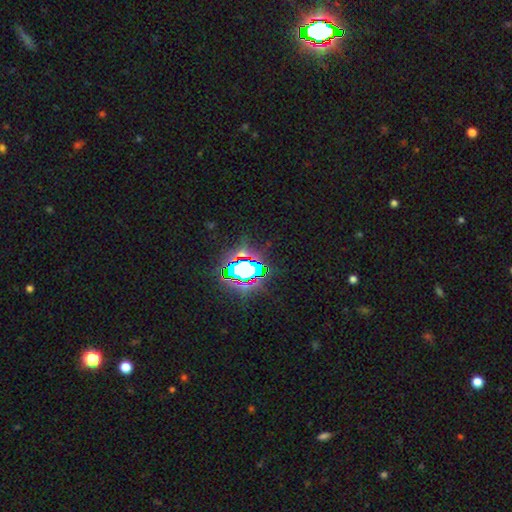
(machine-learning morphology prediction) smooth-or-featured: star or artifact: 80% | smooth: 12% | featured or disk: 7%